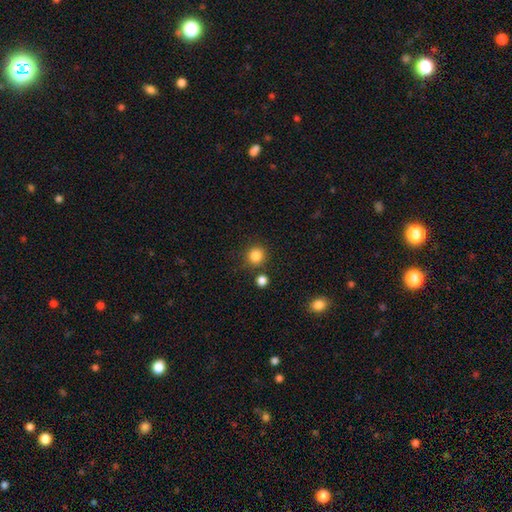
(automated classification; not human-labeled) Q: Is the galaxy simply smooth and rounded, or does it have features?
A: smooth — 85%.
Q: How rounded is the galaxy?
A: round — 90%.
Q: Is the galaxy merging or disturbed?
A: none — 81%.